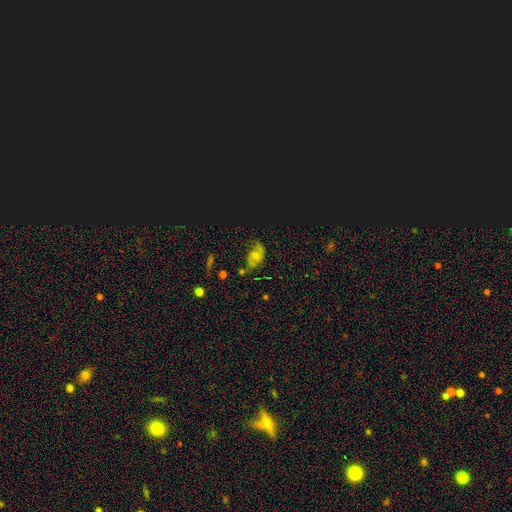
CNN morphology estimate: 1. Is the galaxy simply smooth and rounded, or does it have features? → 41% featured or disk, 32% smooth, 28% star or artifact.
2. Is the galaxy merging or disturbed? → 57% none, 26% minor disturbance, 12% major disturbance, 5% merger.